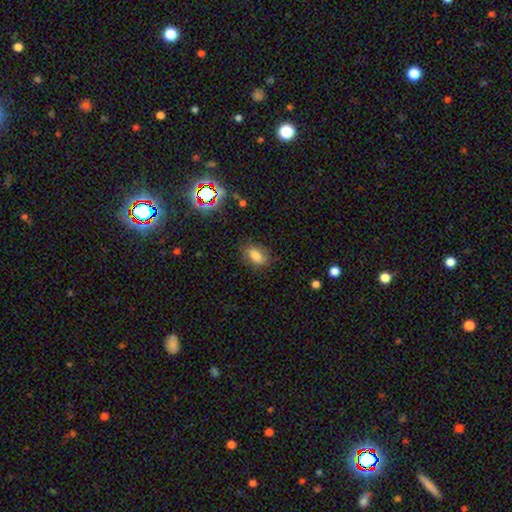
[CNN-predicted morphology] Q: Smooth or featured?
A: smooth (81%); runner-up: star or artifact (12%)
Q: How rounded?
A: in between (84%); runner-up: round (12%)
Q: Merging?
A: none (81%); runner-up: minor disturbance (14%)